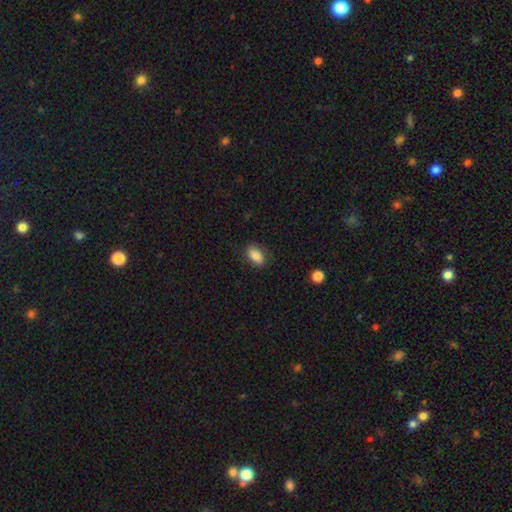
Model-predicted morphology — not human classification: This is clearly a smooth galaxy (83%). How rounded: clearly in between (89%). Merging: likely none (79%).